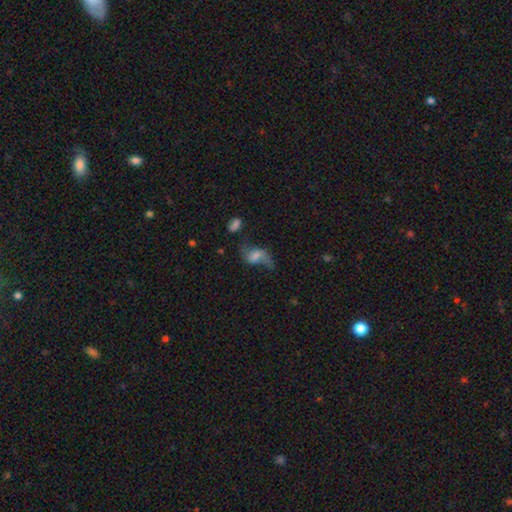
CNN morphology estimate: A featured or disk galaxy (53%).

Vote fractions:
- Smooth or featured? featured or disk: 53% / smooth: 36% / star or artifact: 11%
- Edge-on disk? no: 94% / yes: 6%
- Merging? none: 35% / major disturbance: 33% / minor disturbance: 22% / merger: 11%